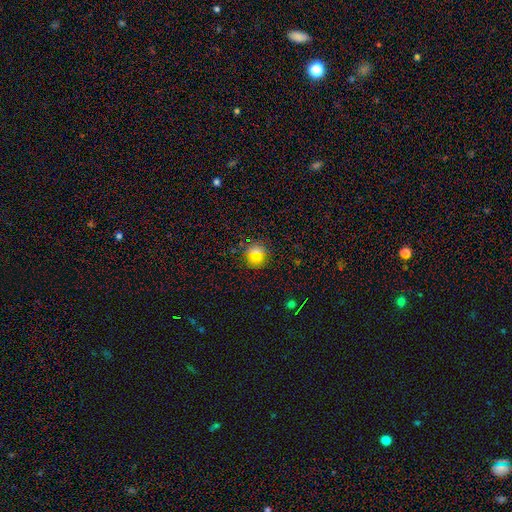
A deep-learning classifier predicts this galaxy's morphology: smooth 69%, star or artifact 21%, featured or disk 9%. Down the decision tree: how rounded — round (91%); merging — none (85%).